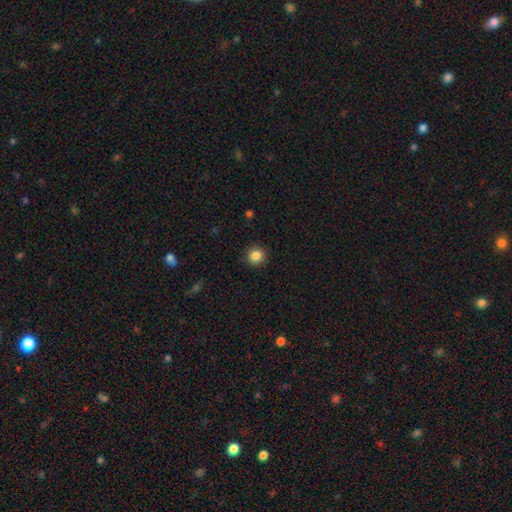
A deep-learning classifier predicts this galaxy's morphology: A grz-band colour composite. It shows a smooth galaxy with no disk features (85%) that is round (90%). Merging: none (90%).